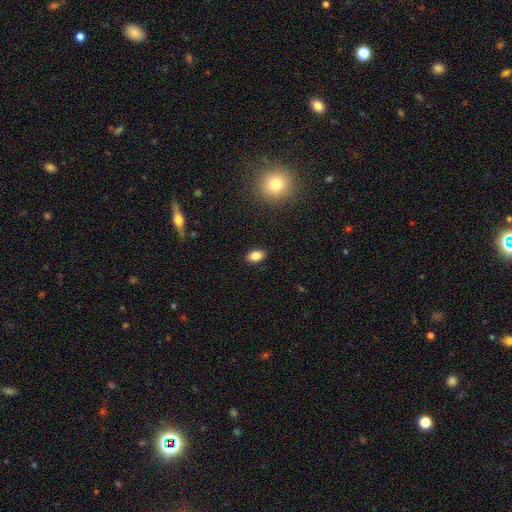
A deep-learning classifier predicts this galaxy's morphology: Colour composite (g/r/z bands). It shows a smooth galaxy with no disk features (83%) that is in between round and cigar-shaped (87%). Merging: none (88%).